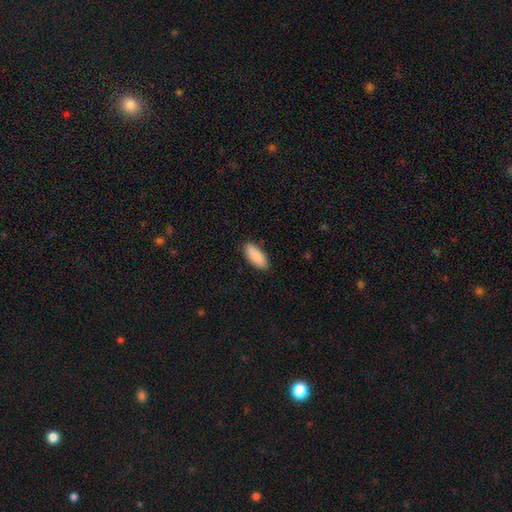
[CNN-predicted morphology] Smooth or featured? smooth (90%)
How rounded? in between (83%)
Merging? none (85%)